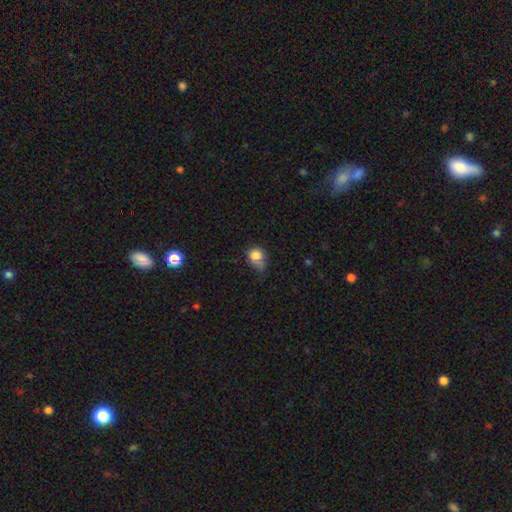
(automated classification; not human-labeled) Smooth or featured? smooth (82%)
How rounded? round (64%)
Merging? minor disturbance (43%)